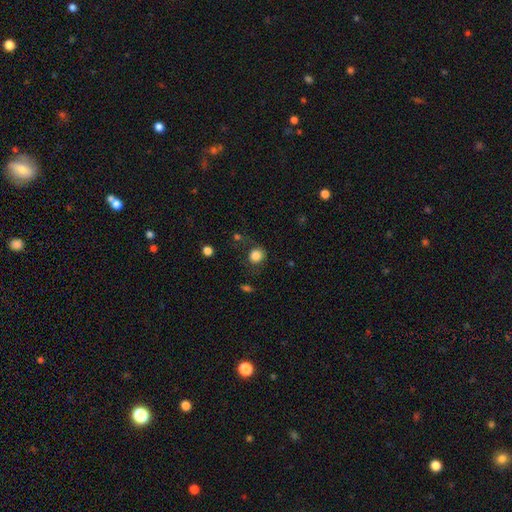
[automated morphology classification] This appears to be a smooth galaxy with no disk features (84%) that is round (80%). Merging: none (72%).